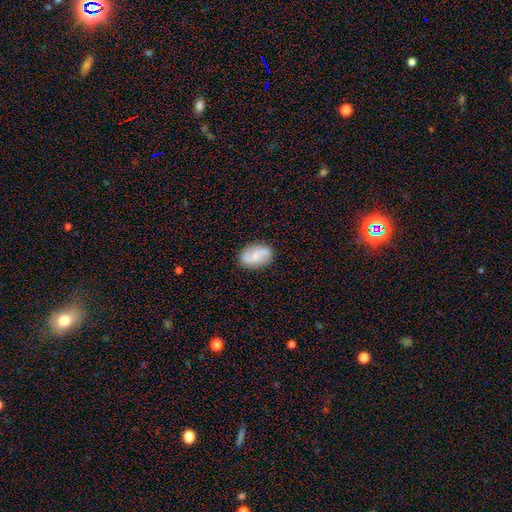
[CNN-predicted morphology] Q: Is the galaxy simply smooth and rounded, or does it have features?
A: featured or disk — 56%.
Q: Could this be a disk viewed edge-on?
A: no — 97%.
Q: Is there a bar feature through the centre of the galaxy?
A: no — 48%.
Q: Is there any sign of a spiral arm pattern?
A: yes — 90%.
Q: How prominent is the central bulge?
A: small — 50%.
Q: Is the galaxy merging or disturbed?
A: none — 81%.